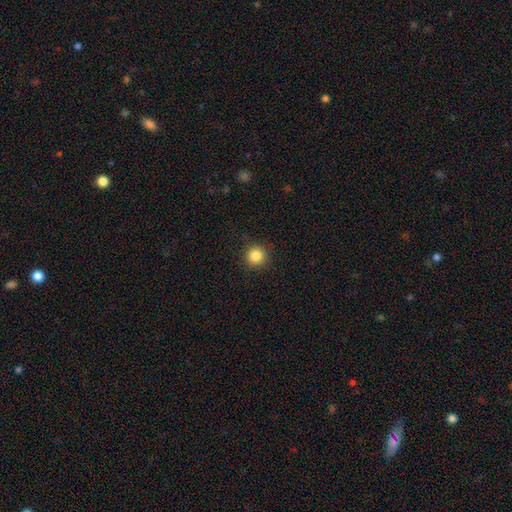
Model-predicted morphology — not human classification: Smooth or featured?
  - smooth: 85% *
  - star or artifact: 11%
  - featured or disk: 4%
How rounded?
  - round: 95% *
  - in between: 4%
  - cigar-shaped: 1%
Merging?
  - none: 91% *
  - minor disturbance: 6%
  - major disturbance: 2%
  - merger: 1%